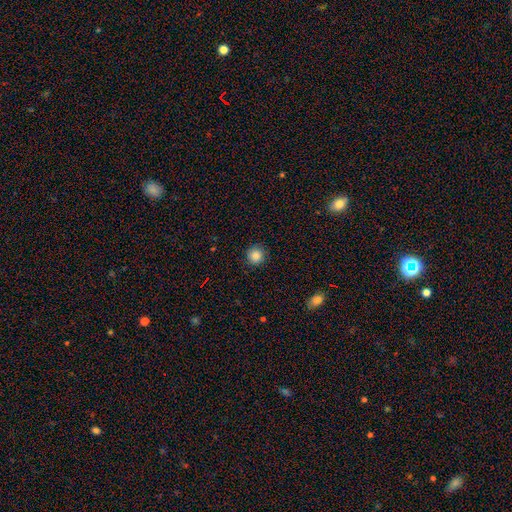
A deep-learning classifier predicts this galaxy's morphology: This appears to be a smooth galaxy with no disk features (85%) that is round (94%). Merging: none (89%).